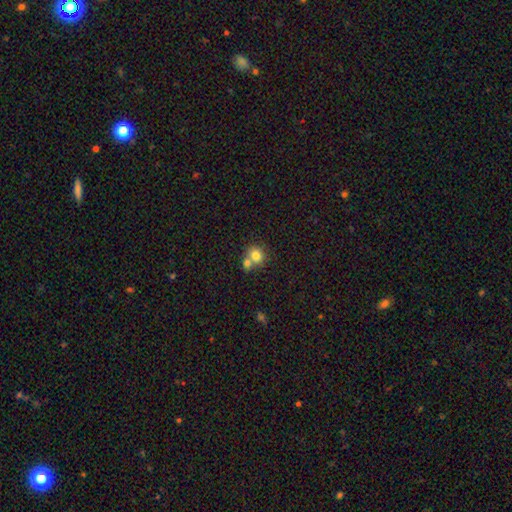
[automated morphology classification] This is likely a smooth galaxy (79%). How rounded: likely round (78%). Merging: possibly merger (49%).